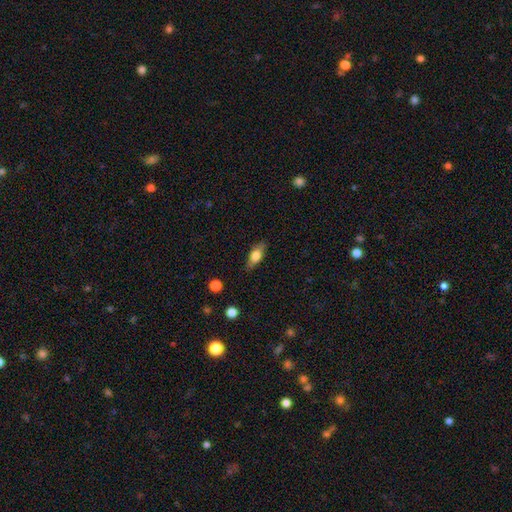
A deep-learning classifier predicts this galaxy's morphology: A smooth galaxy with no disk features (69%) that is in between round and cigar-shaped (74%).

Vote fractions:
- Smooth or featured? smooth: 69% / featured or disk: 24% / star or artifact: 7%
- How rounded? in between: 74% / cigar-shaped: 22% / round: 4%
- Merging? none: 80% / minor disturbance: 15% / major disturbance: 3% / merger: 1%